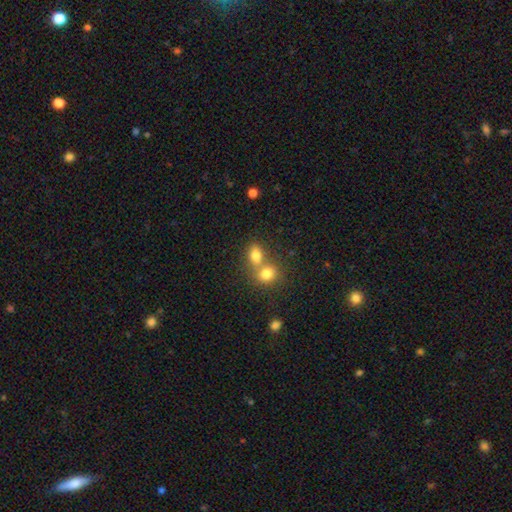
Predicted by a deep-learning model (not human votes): Smooth or featured: smooth — 80% (star or artifact — 11%)
How rounded: in between — 66% (round — 32%)
Merging: merger — 54% (none — 35%)